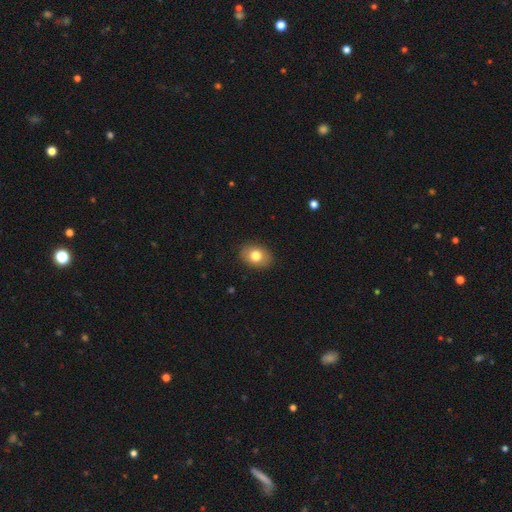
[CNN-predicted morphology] A smooth galaxy with no disk features (79%) that is in between round and cigar-shaped (72%).

Vote fractions:
- Smooth or featured? smooth: 79% / featured or disk: 13% / star or artifact: 8%
- How rounded? in between: 72% / round: 27% / cigar-shaped: 1%
- Merging? none: 89% / minor disturbance: 8% / major disturbance: 2% / merger: 1%